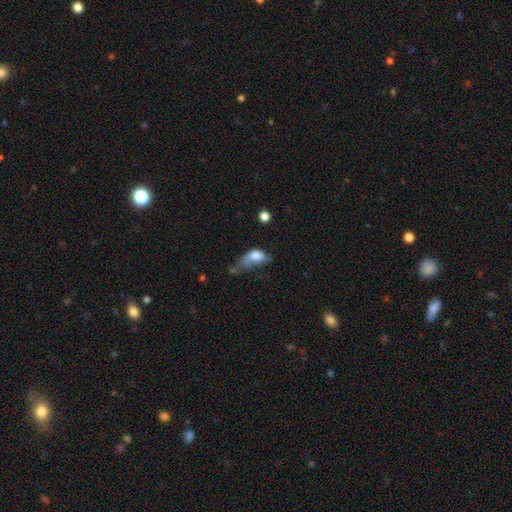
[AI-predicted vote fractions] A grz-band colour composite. It shows a smooth galaxy with no disk features (66%) that is in between round and cigar-shaped (83%). Merging: major disturbance (44%).